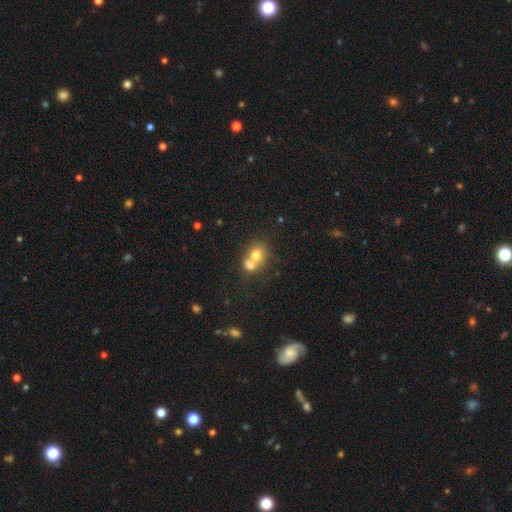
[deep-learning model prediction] Smooth or featured? Predicted: smooth (p=0.70). How rounded? Predicted: round (p=0.68). Merging? Predicted: merger (p=0.65).